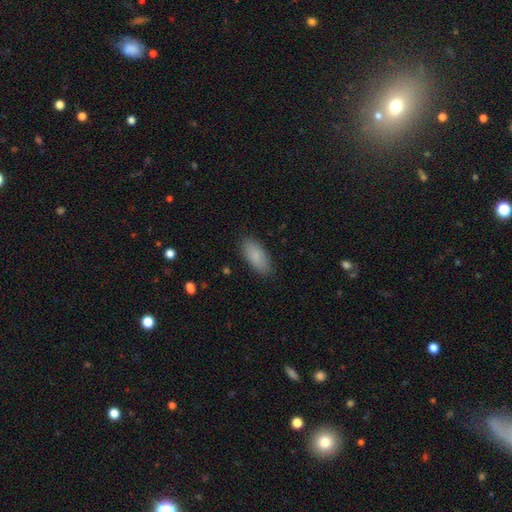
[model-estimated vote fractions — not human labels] This appears to be a smooth galaxy with no disk features (86%) that is in between round and cigar-shaped (85%). Merging: none (87%).